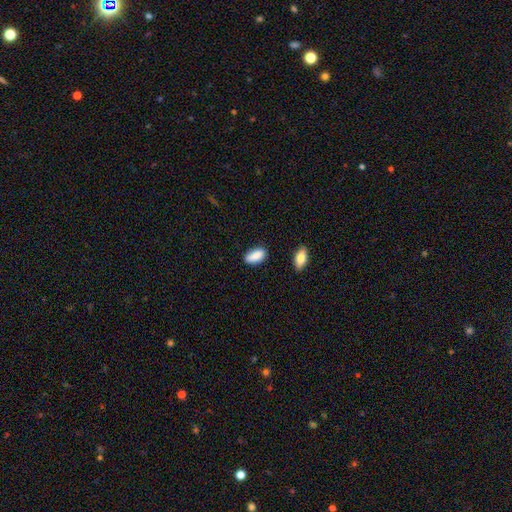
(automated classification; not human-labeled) Morphology: type=smooth (88%); roundness=in between (88%); merging=none (80%).